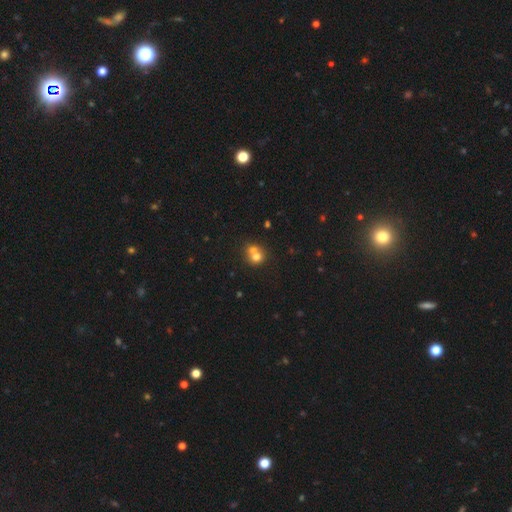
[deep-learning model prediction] This appears to be a smooth galaxy with no disk features (68%) that is round (77%). Merging: merger (60%).